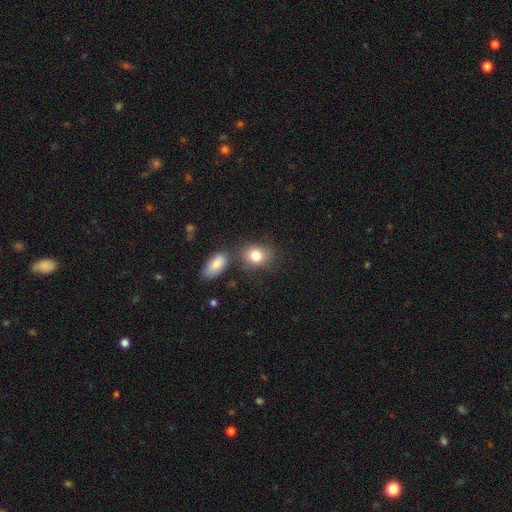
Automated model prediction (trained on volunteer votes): Smooth or featured? smooth (82%)
How rounded? in between (58%)
Merging? none (61%)